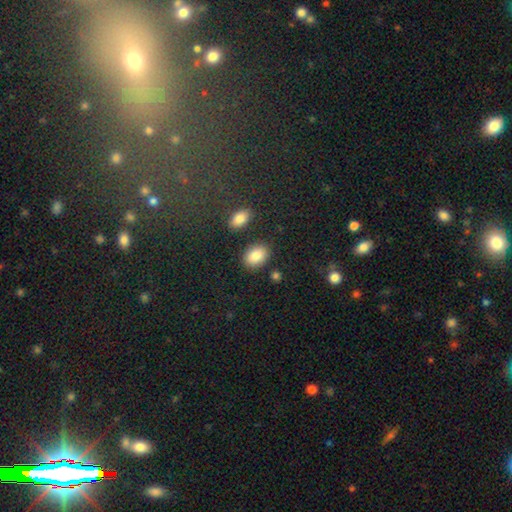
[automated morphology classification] A smooth galaxy with no disk features (86%) that is in between round and cigar-shaped (80%). Merging: none (84%).